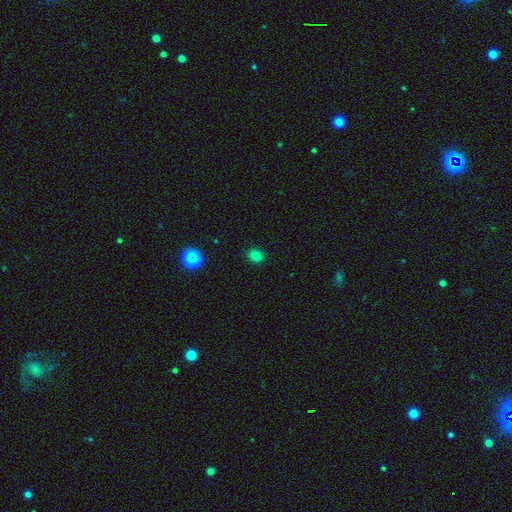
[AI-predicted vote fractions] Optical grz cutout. It shows a smooth galaxy with no disk features (80%) that is round (71%). Merging: none (90%).